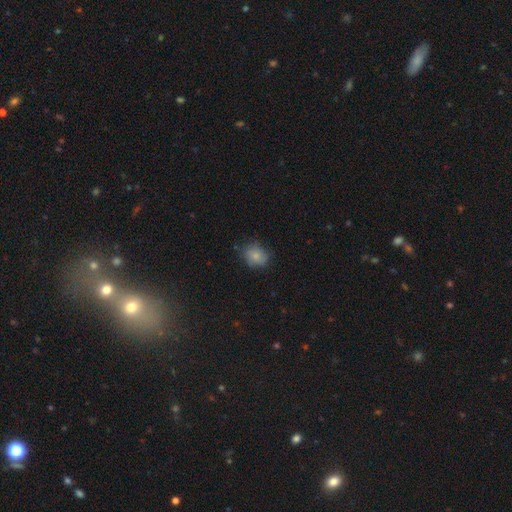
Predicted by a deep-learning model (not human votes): Overall: smooth (80%). How rounded: round (57%; in between 42%). Merging: none (72%).